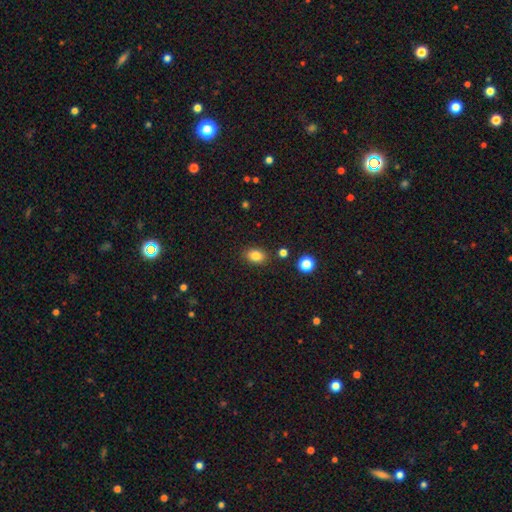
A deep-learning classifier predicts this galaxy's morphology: smooth-or-featured: smooth: 83% | star or artifact: 11% | featured or disk: 6%
  how-rounded: in between: 74% | round: 25% | cigar-shaped: 1%
  merging: none: 84% | minor disturbance: 10% | merger: 4% | major disturbance: 3%